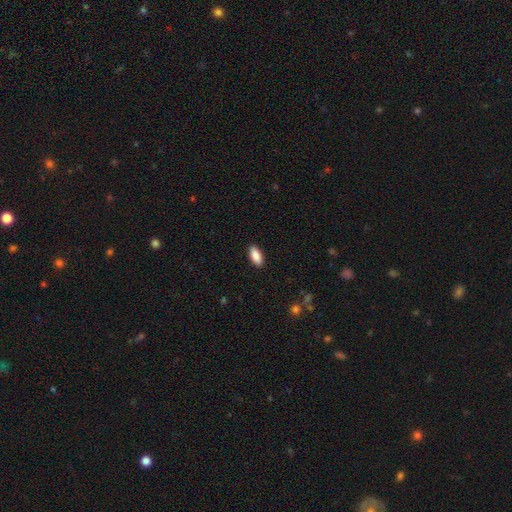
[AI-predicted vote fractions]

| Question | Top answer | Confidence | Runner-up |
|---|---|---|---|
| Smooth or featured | smooth | 90% | star or artifact (6%) |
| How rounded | in between | 85% | cigar-shaped (13%) |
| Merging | none | 89% | minor disturbance (8%) |